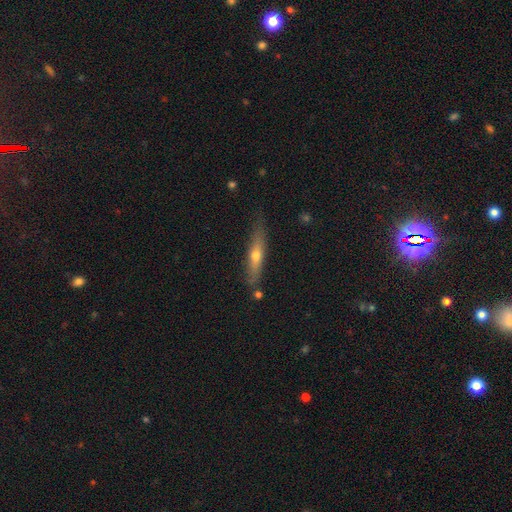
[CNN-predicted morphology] Smooth or featured?
  - smooth: 47% *
  - featured or disk: 46%
  - star or artifact: 6%
Merging?
  - none: 75% *
  - minor disturbance: 18%
  - major disturbance: 4%
  - merger: 4%